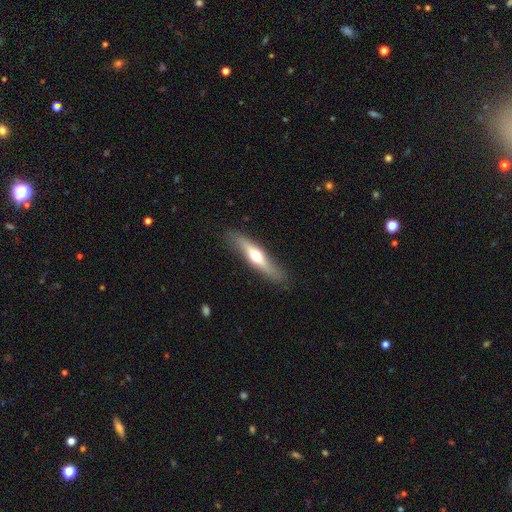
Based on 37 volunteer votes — Smooth or featured: smooth — 57% (featured or disk — 43%)
How rounded: cigar-shaped — 90% (in between — 10%)
Merging: none — 86% (minor disturbance — 8%)